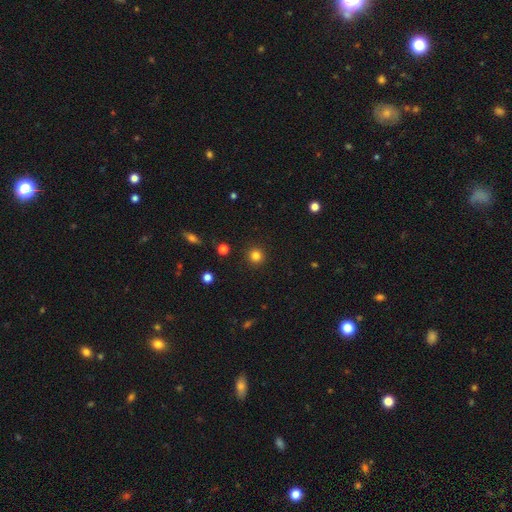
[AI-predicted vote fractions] This is clearly a smooth galaxy (82%). How rounded: clearly round (95%). Merging: clearly none (92%).